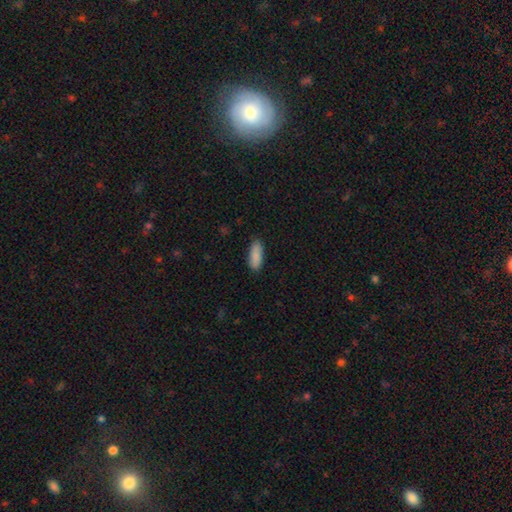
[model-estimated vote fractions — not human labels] Smooth or featured? smooth (89%)
How rounded? in between (69%)
Merging? none (87%)